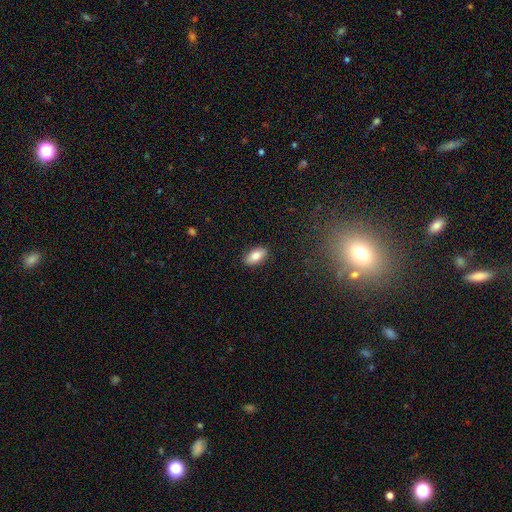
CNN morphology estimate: Smooth or featured? smooth (82%)
How rounded? in between (90%)
Merging? none (89%)